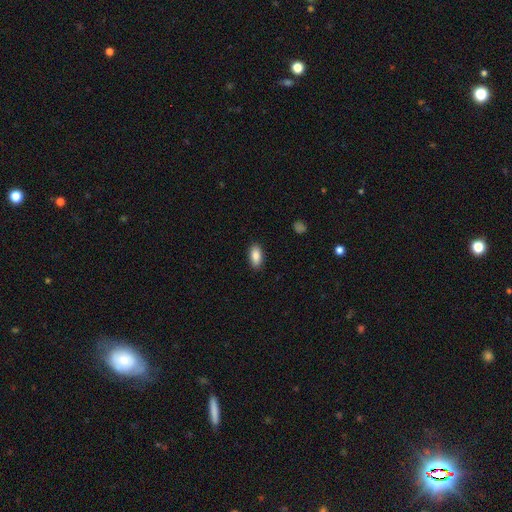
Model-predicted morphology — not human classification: Overall: smooth (88%). How rounded: in between (92%). Merging: none (89%).